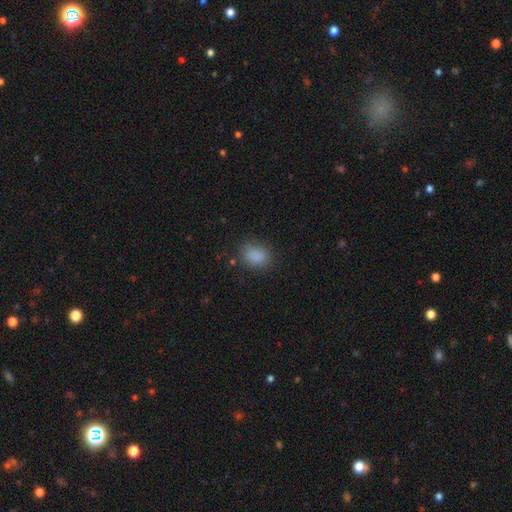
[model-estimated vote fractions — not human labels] Q: Smooth or featured?
A: smooth (86%); runner-up: star or artifact (10%)
Q: How rounded?
A: in between (57%); runner-up: round (42%)
Q: Merging?
A: none (81%); runner-up: minor disturbance (13%)